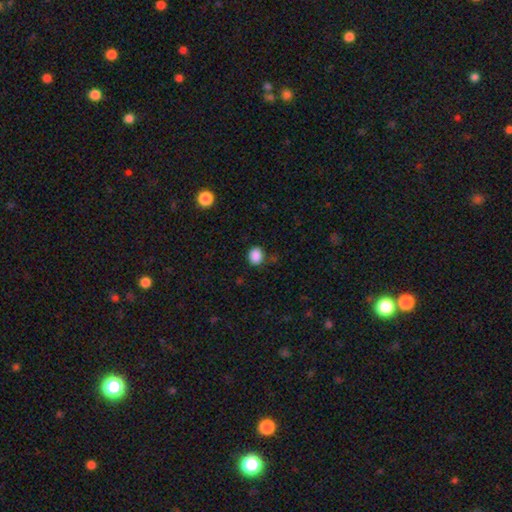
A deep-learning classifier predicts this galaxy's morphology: Q: Smooth or featured?
A: smooth (88%); runner-up: star or artifact (10%)
Q: How rounded?
A: round (53%); runner-up: in between (46%)
Q: Merging?
A: none (81%); runner-up: minor disturbance (14%)